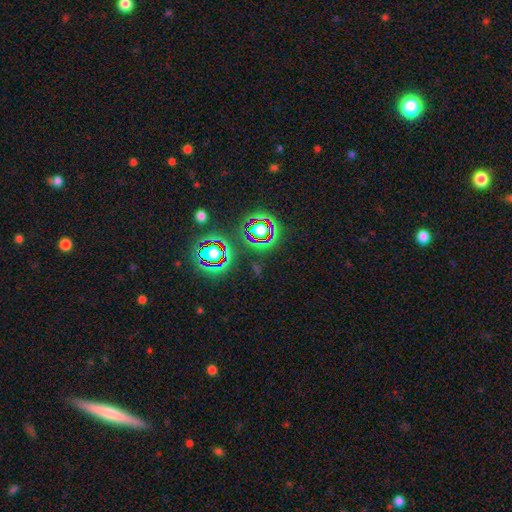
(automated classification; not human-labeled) A star or artifact, not a galaxy (76%).

Vote fractions:
- Smooth or featured? star or artifact: 76% / smooth: 12% / featured or disk: 12%